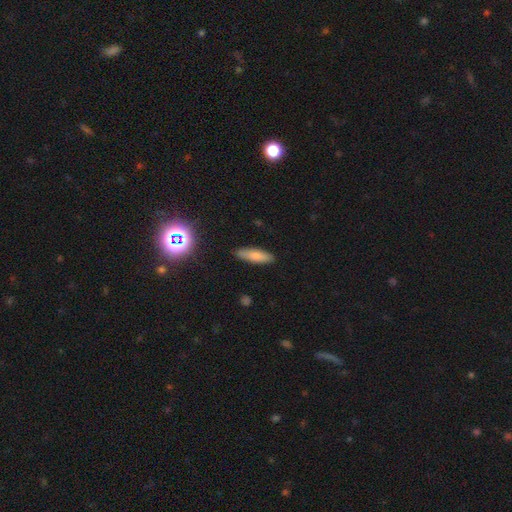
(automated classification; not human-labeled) The model was most divided on "how rounded": cigar-shaped: 58%, in between: 40%, round: 2%. More confident: merging — none (87%); smooth or featured — smooth (78%).